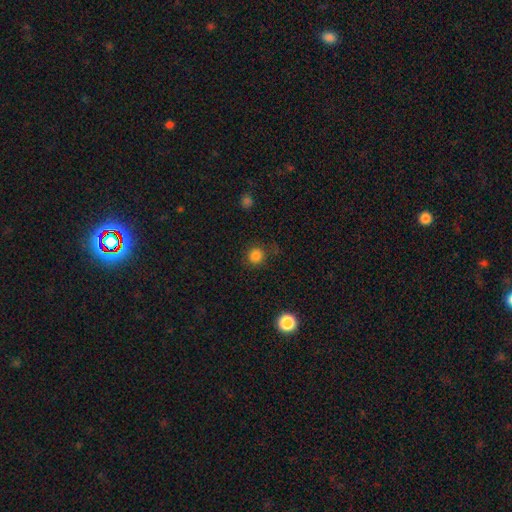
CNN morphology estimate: Smooth or featured? Predicted: smooth (p=0.83). How rounded? Predicted: round (p=0.93). Merging? Predicted: none (p=0.84).